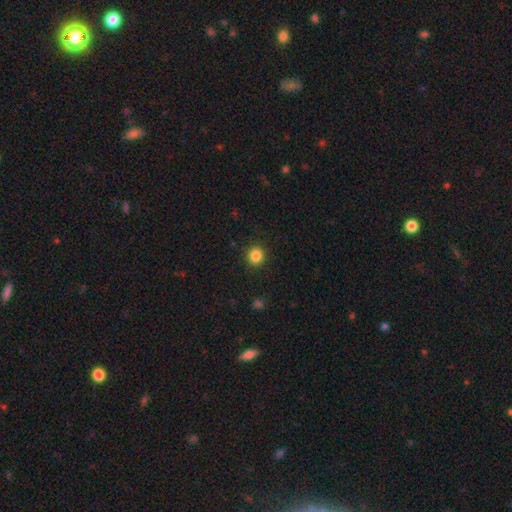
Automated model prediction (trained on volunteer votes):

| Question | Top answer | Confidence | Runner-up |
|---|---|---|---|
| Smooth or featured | smooth | 86% | star or artifact (11%) |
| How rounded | round | 89% | in between (10%) |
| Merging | none | 91% | minor disturbance (6%) |